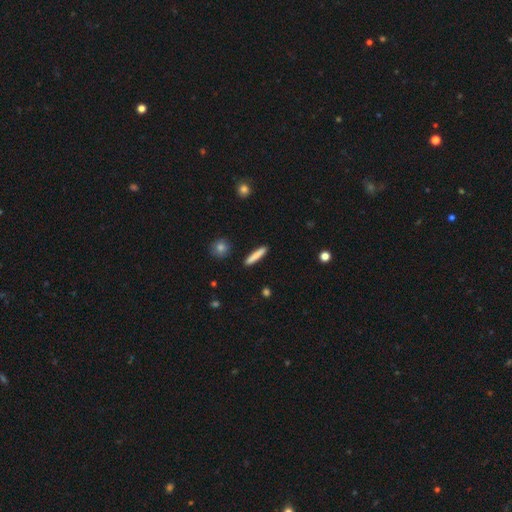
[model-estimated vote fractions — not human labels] Morphology: type=smooth (81%); roundness=cigar-shaped (92%); merging=none (91%).